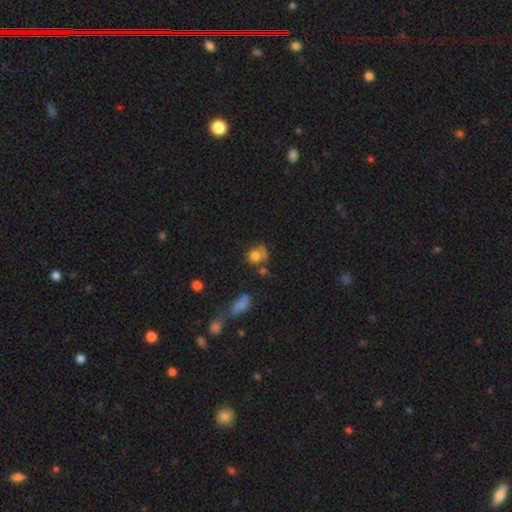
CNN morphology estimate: A smooth galaxy with no disk features (73%) that is round (70%).

Vote fractions:
- Smooth or featured? smooth: 73% / featured or disk: 15% / star or artifact: 13%
- How rounded? round: 70% / in between: 28% / cigar-shaped: 2%
- Merging? none: 40% / minor disturbance: 23% / merger: 19% / major disturbance: 18%